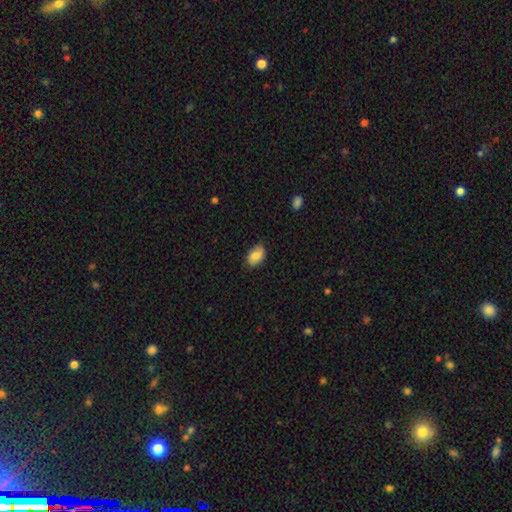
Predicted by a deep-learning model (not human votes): smooth 78%, featured or disk 15%, star or artifact 7%. Down the decision tree: how rounded — in between (89%); merging — none (81%).